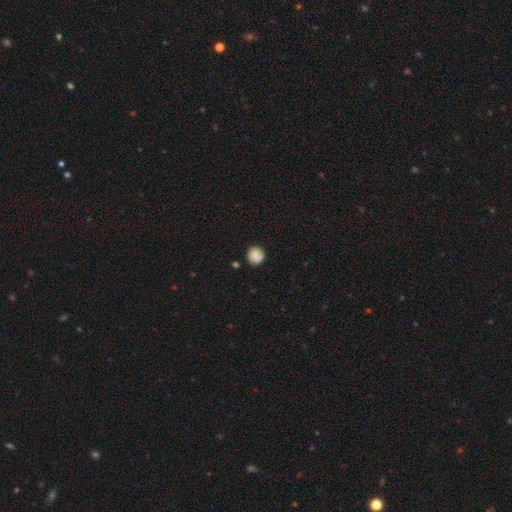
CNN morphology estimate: This appears to be a smooth galaxy with no disk features (75%) that is round (86%). Merging: none (78%).